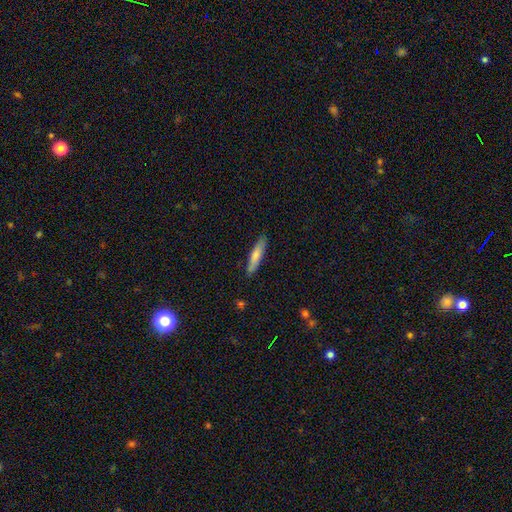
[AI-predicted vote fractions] Smooth or featured: smooth — 73% (featured or disk — 22%)
How rounded: cigar-shaped — 83% (in between — 16%)
Merging: none — 86% (minor disturbance — 11%)